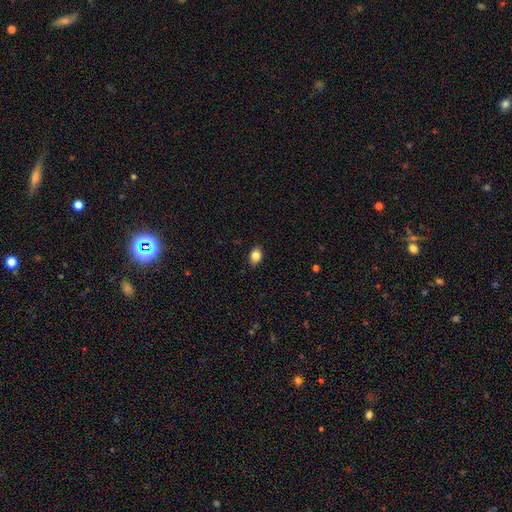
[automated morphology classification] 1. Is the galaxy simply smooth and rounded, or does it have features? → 84% smooth, 9% star or artifact, 7% featured or disk.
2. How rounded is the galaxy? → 77% in between, 21% round, 1% cigar-shaped.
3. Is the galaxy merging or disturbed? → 86% none, 11% minor disturbance, 2% major disturbance, 1% merger.